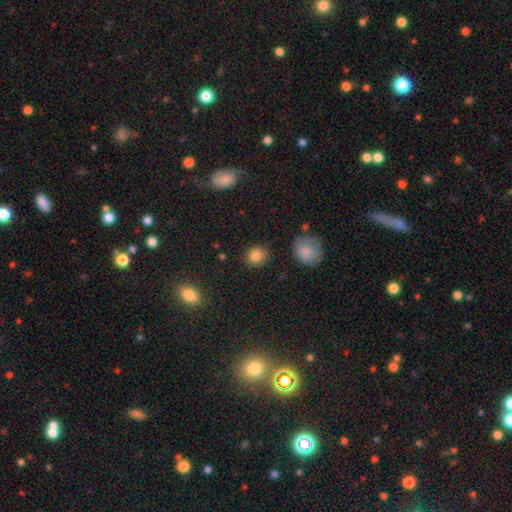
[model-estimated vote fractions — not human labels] Smooth or featured? Predicted: smooth (p=0.84). How rounded? Predicted: round (p=0.80). Merging? Predicted: none (p=0.87).